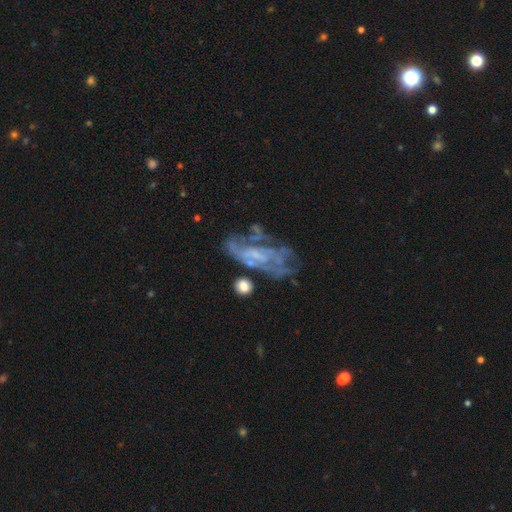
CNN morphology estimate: Smooth or featured?
  - featured or disk: 71% *
  - smooth: 16%
  - star or artifact: 13%
Edge-on disk?
  - no: 93% *
  - yes: 7%
Bar?
  - no: 63% *
  - weak: 26%
  - strong: 11%
Spiral arms?
  - no: 51% *
  - yes: 49%
Bulge size?
  - none: 53% *
  - small: 32%
  - moderate: 12%
  - large: 2%
  - dominant: 1%
Merging?
  - none: 38% *
  - major disturbance: 30%
  - minor disturbance: 20%
  - merger: 12%